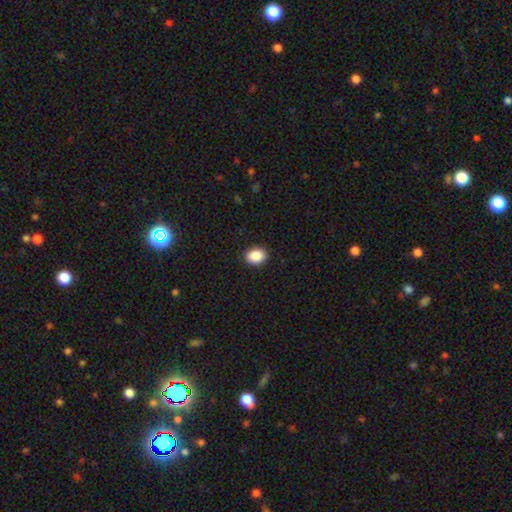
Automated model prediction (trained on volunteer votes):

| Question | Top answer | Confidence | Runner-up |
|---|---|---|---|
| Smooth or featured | smooth | 89% | star or artifact (8%) |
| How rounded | in between | 62% | round (37%) |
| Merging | none | 91% | minor disturbance (6%) |